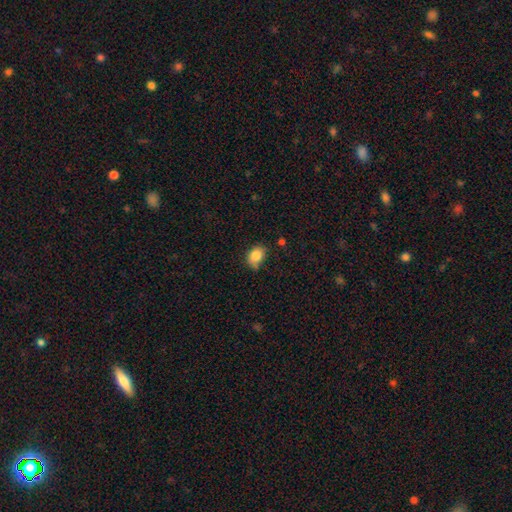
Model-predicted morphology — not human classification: A smooth galaxy with no disk features (85%) that is in between round and cigar-shaped (67%). Merging: none (61%).